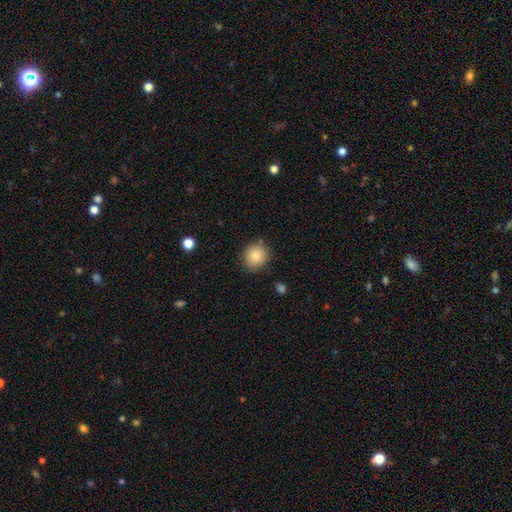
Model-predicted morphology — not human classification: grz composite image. It shows a smooth galaxy with no disk features (83%) that is round (89%). Merging: none (87%).